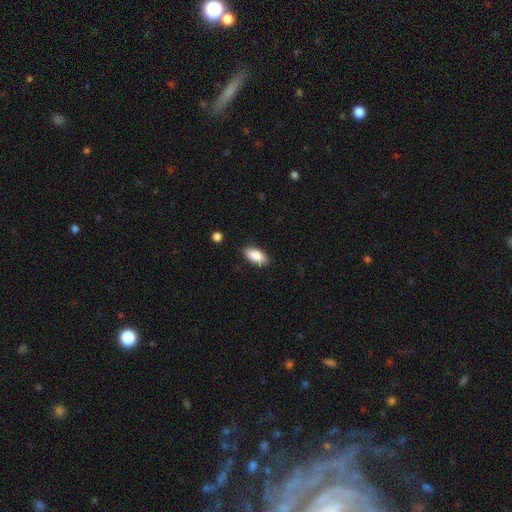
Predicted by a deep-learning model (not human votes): A smooth galaxy with no disk features (88%) that is in between round and cigar-shaped (90%).

Vote fractions:
- Smooth or featured? smooth: 88% / star or artifact: 6% / featured or disk: 5%
- How rounded? in between: 90% / cigar-shaped: 7% / round: 2%
- Merging? none: 86% / minor disturbance: 10% / major disturbance: 2% / merger: 1%